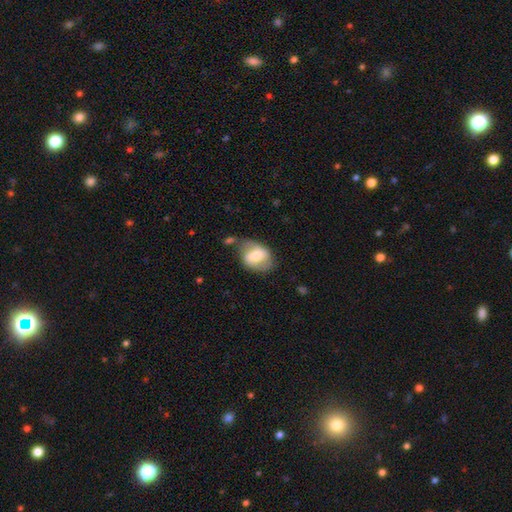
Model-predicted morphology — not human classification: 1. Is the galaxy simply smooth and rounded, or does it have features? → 51% smooth, 43% featured or disk, 7% star or artifact.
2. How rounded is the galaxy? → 73% in between, 26% round, 2% cigar-shaped.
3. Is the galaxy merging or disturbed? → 50% none, 28% minor disturbance, 14% major disturbance, 8% merger.